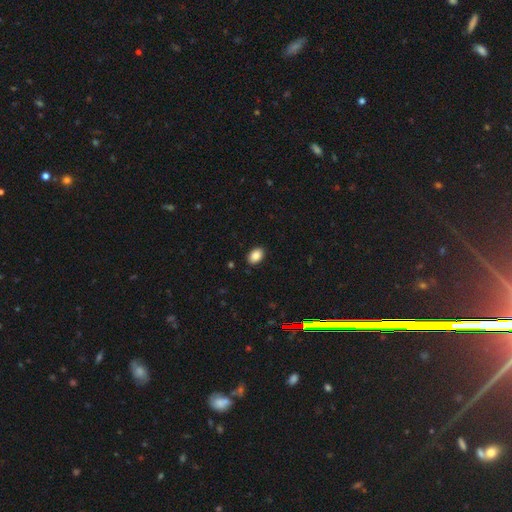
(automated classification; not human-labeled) Smooth or featured? smooth (87%)
How rounded? in between (84%)
Merging? none (89%)